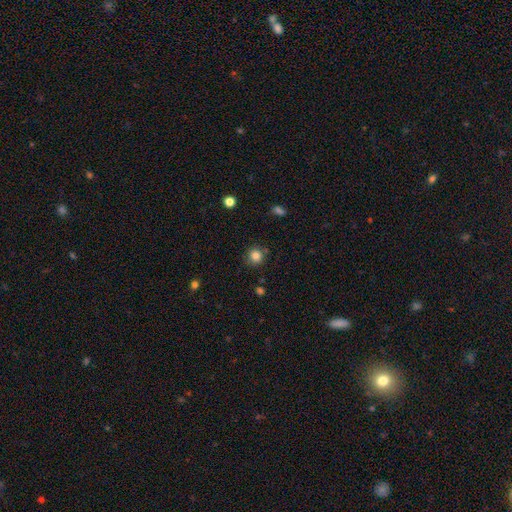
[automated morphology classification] smooth 83%, star or artifact 12%, featured or disk 5%. Down the decision tree: how rounded — round (92%); merging — none (85%).